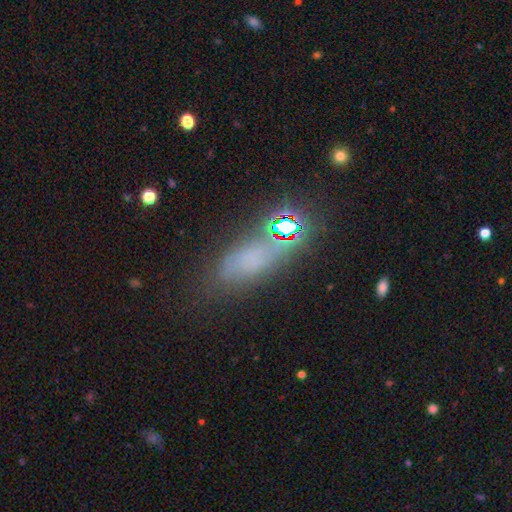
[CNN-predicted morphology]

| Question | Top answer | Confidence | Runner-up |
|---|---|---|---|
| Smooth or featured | smooth | 51% | star or artifact (29%) |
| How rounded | in between | 56% | cigar-shaped (35%) |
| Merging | none | 60% | minor disturbance (20%) |